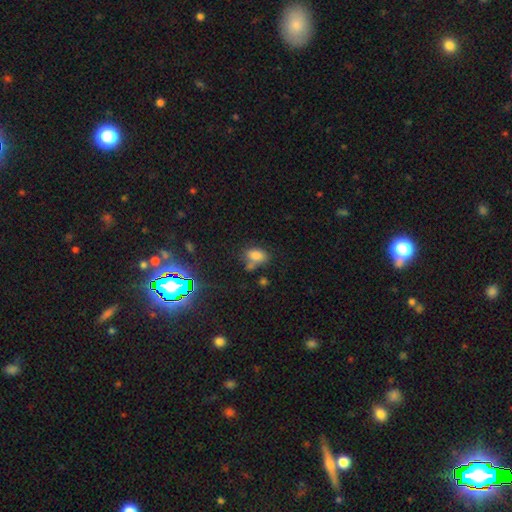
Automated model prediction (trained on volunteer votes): Smooth or featured? Predicted: smooth (p=0.76). How rounded? Predicted: in between (p=0.86). Merging? Predicted: none (p=0.51).